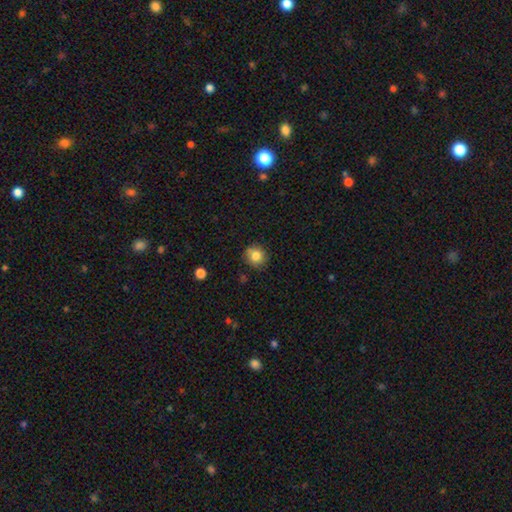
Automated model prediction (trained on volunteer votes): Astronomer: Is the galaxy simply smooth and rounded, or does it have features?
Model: smooth — 82%.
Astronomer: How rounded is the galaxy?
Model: round — 88%.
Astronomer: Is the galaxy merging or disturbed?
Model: none — 83%.